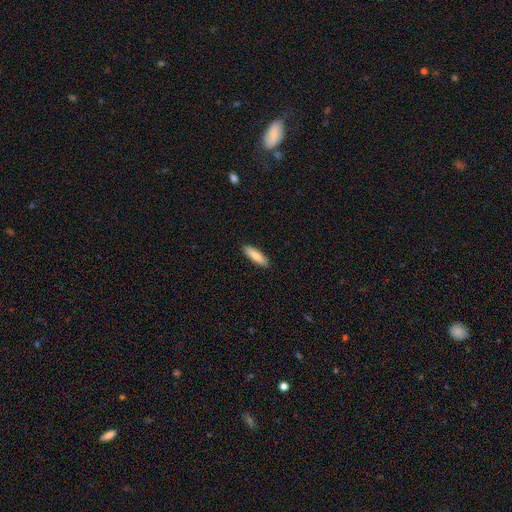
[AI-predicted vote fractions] The model was most divided on "how rounded": cigar-shaped: 61%, in between: 37%, round: 2%. More confident: merging — none (90%); smooth or featured — smooth (83%).